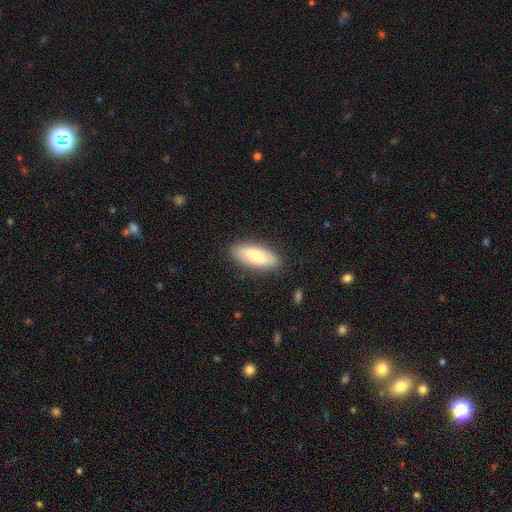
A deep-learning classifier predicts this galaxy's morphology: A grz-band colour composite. It shows a smooth galaxy with no disk features (70%) that is in between round and cigar-shaped (75%). Merging: none (87%).